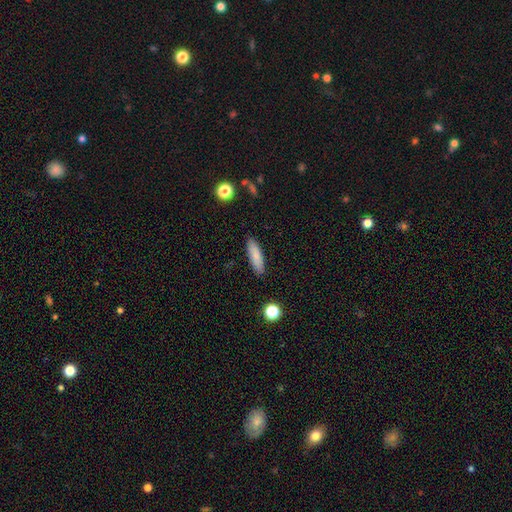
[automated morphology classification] Overall: smooth (83%). How rounded: cigar-shaped (62%; in between 37%). Merging: none (89%).